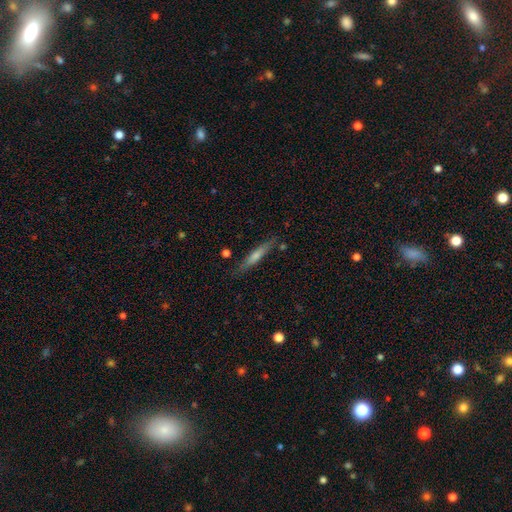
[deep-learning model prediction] Q: Smooth or featured?
A: featured or disk (50%); runner-up: smooth (43%)
Q: Merging?
A: none (85%); runner-up: minor disturbance (11%)